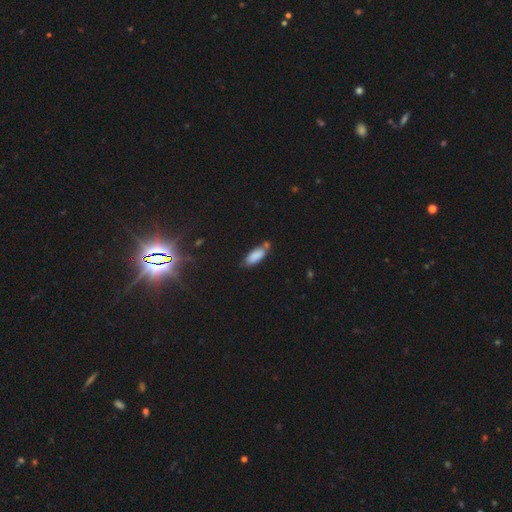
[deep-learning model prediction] smooth-or-featured: smooth: 85% | featured or disk: 8% | star or artifact: 7%
  how-rounded: in between: 75% | cigar-shaped: 23% | round: 2%
  merging: none: 60% | minor disturbance: 22% | merger: 13% | major disturbance: 5%